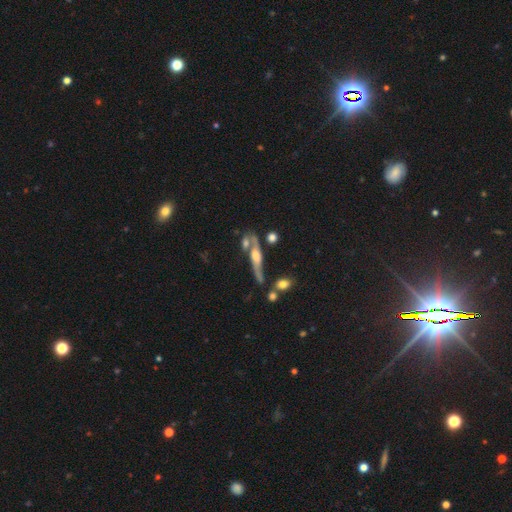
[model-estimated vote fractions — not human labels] The model was most divided on "merging": none: 50%, merger: 23%, minor disturbance: 17%, major disturbance: 10%. More confident: edge-on bulge — rounded (85%); edge-on disk — yes (80%); smooth or featured — featured or disk (69%).